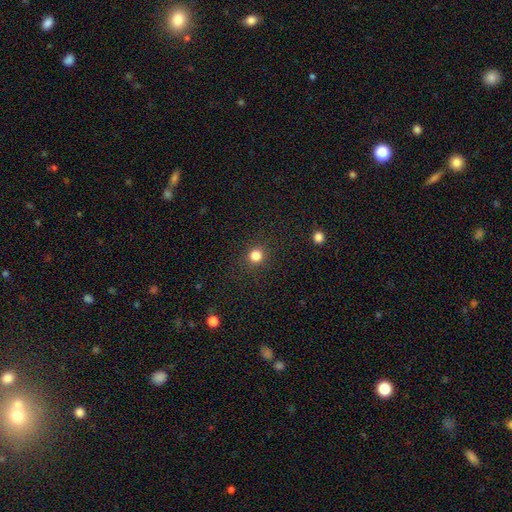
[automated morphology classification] This is clearly a smooth galaxy (82%). How rounded: clearly round (92%). Merging: clearly none (89%).